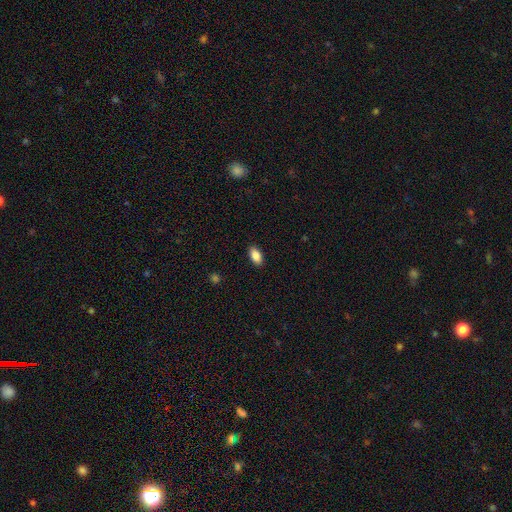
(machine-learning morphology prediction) Smooth or featured?
  - smooth: 87% *
  - star or artifact: 8%
  - featured or disk: 6%
How rounded?
  - in between: 92% *
  - round: 4%
  - cigar-shaped: 4%
Merging?
  - none: 89% *
  - minor disturbance: 8%
  - major disturbance: 2%
  - merger: 1%